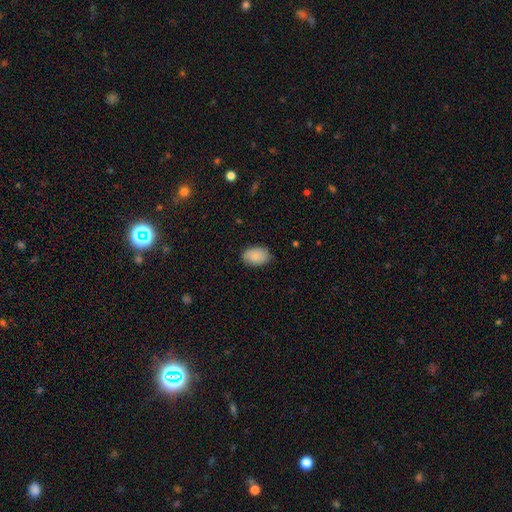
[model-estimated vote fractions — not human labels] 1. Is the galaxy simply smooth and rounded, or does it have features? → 86% smooth, 8% featured or disk, 7% star or artifact.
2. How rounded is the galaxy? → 86% in between, 12% round, 1% cigar-shaped.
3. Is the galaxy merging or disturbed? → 82% none, 14% minor disturbance, 3% major disturbance, 1% merger.